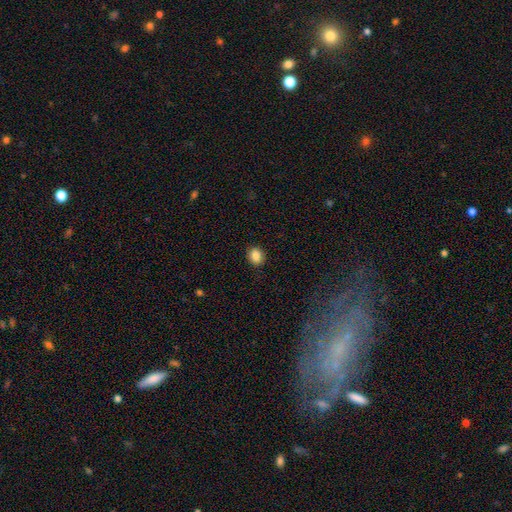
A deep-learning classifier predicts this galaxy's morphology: The model was most divided on "how rounded": round: 52%, in between: 47%, cigar-shaped: 1%. More confident: merging — none (89%); smooth or featured — smooth (86%).